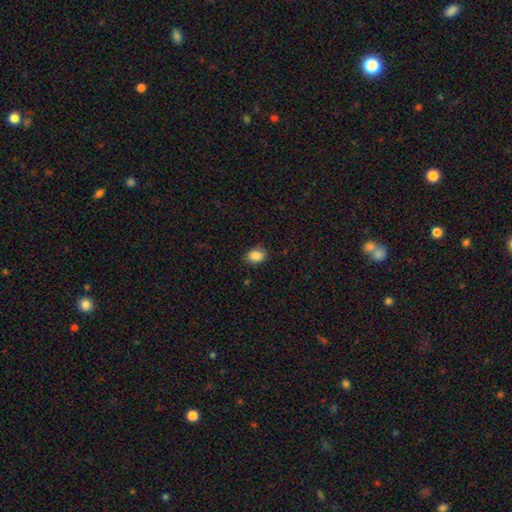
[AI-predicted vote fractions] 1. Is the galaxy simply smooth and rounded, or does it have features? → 87% smooth, 9% star or artifact, 4% featured or disk.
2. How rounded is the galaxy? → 68% in between, 31% round, 1% cigar-shaped.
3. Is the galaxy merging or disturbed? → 83% none, 13% minor disturbance, 3% major disturbance, 1% merger.